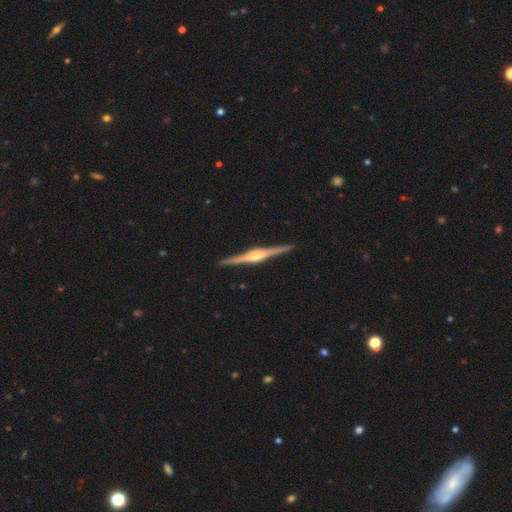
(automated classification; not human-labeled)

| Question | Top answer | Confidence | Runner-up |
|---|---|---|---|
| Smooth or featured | featured or disk | 87% | smooth (9%) |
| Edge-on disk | yes | 99% | no (1%) |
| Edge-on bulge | rounded | 82% | boxy (14%) |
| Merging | none | 92% | minor disturbance (5%) |